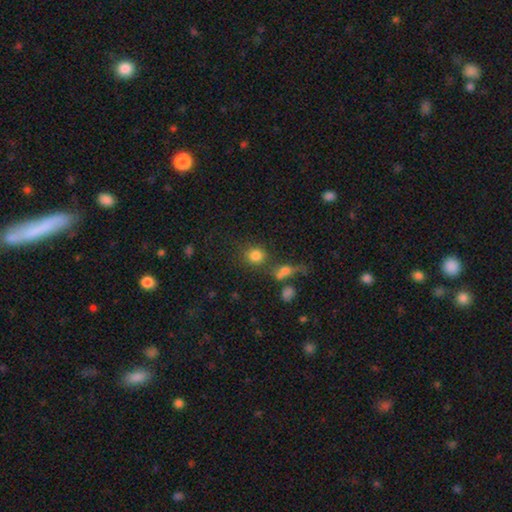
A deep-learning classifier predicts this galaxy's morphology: Smooth or featured?
  - smooth: 80% *
  - star or artifact: 12%
  - featured or disk: 7%
How rounded?
  - round: 83% *
  - in between: 15%
  - cigar-shaped: 1%
Merging?
  - none: 71% *
  - merger: 13%
  - minor disturbance: 10%
  - major disturbance: 6%